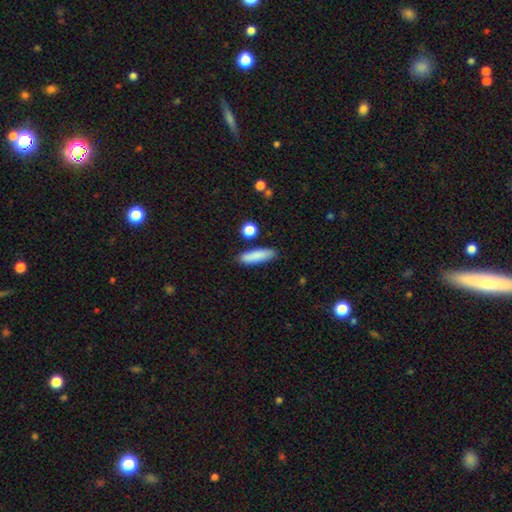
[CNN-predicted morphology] Smooth or featured? Predicted: smooth (p=0.86). How rounded? Predicted: cigar-shaped (p=0.62). Merging? Predicted: none (p=0.84).